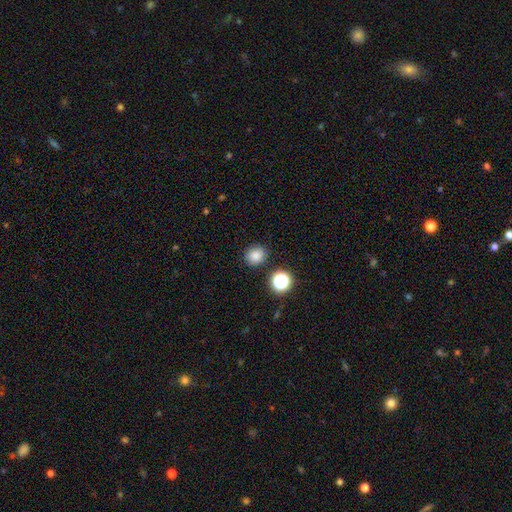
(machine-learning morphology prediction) Smooth or featured?
  - smooth: 82% *
  - star or artifact: 13%
  - featured or disk: 4%
How rounded?
  - round: 76% *
  - in between: 23%
  - cigar-shaped: 1%
Merging?
  - none: 86% *
  - minor disturbance: 8%
  - merger: 3%
  - major disturbance: 3%